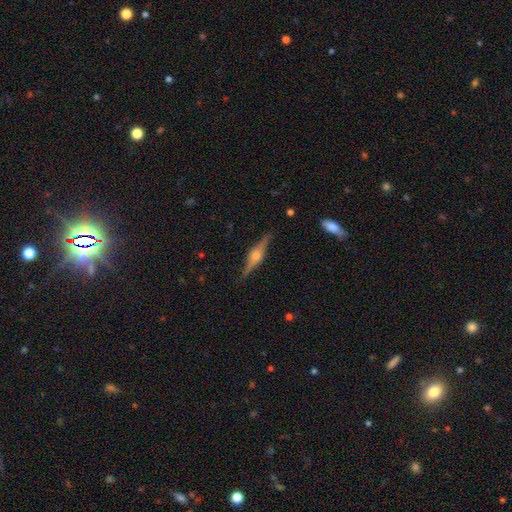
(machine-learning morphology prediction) Overall: featured or disk (81%). Edge-on disk: yes (98%). Edge-on bulge: rounded (89%). Merging: none (88%).